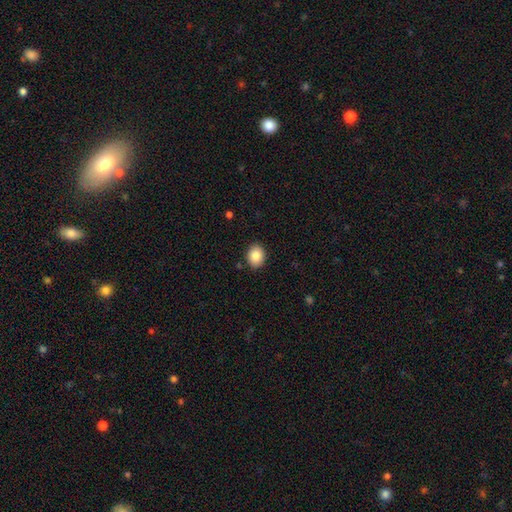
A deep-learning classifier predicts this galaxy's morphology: type=smooth (86%); roundness=round (50%); merging=none (89%).